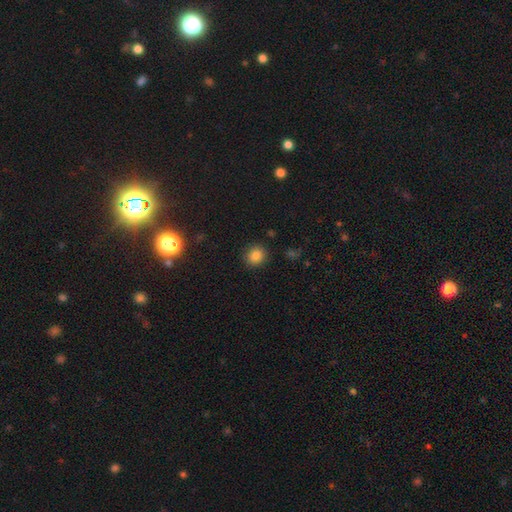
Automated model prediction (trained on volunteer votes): Overall: smooth (83%). How rounded: round (84%). Merging: none (89%).